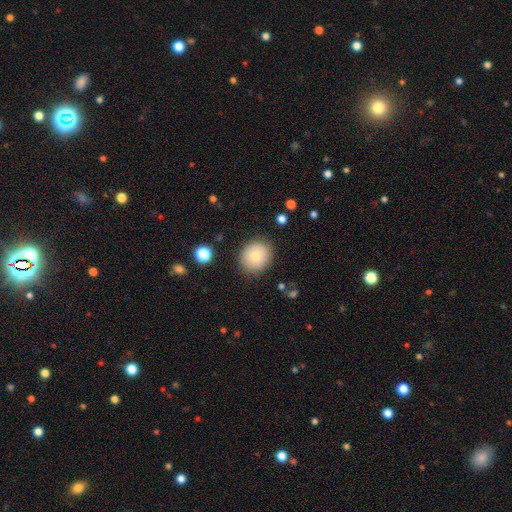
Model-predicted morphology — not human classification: type=smooth (75%); roundness=round (68%); merging=none (85%).